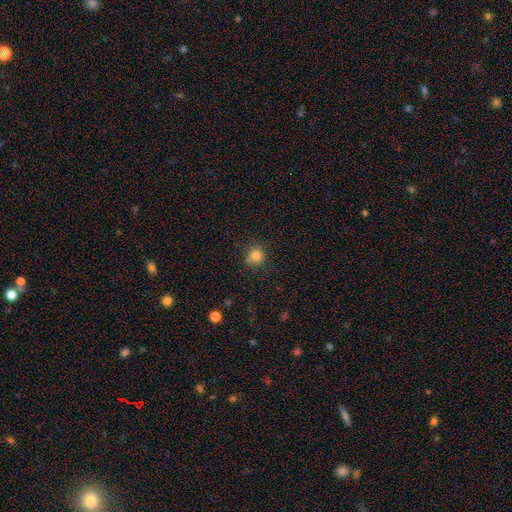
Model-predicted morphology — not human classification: A smooth galaxy with no disk features (82%) that is round (91%). Merging: none (80%).